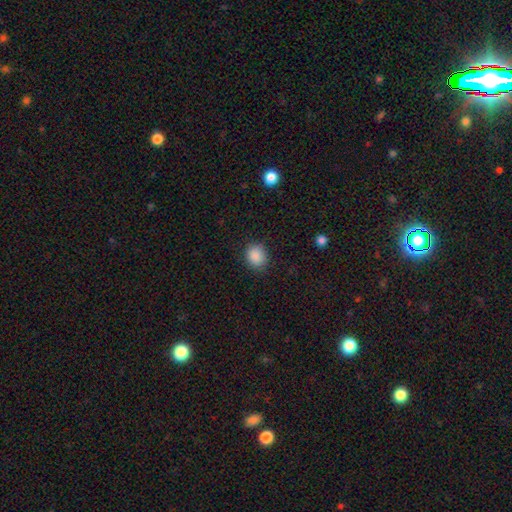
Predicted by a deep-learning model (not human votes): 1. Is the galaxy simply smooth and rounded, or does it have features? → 88% smooth, 9% star or artifact, 3% featured or disk.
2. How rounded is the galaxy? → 62% round, 37% in between, 1% cigar-shaped.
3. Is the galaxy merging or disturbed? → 85% none, 11% minor disturbance, 3% major disturbance, 1% merger.